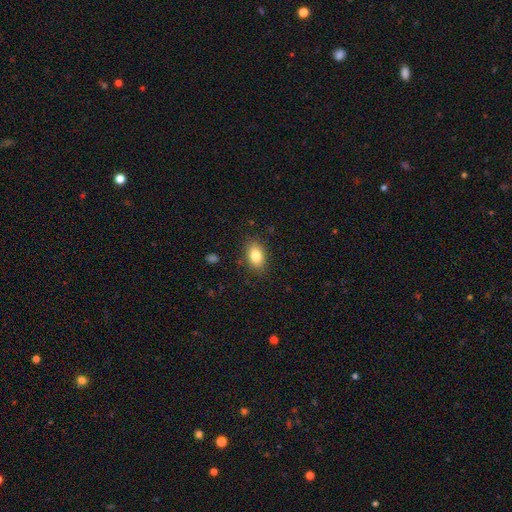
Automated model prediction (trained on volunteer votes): smooth 83%, featured or disk 9%, star or artifact 9%. Down the decision tree: how rounded — in between (84%); merging — none (85%).